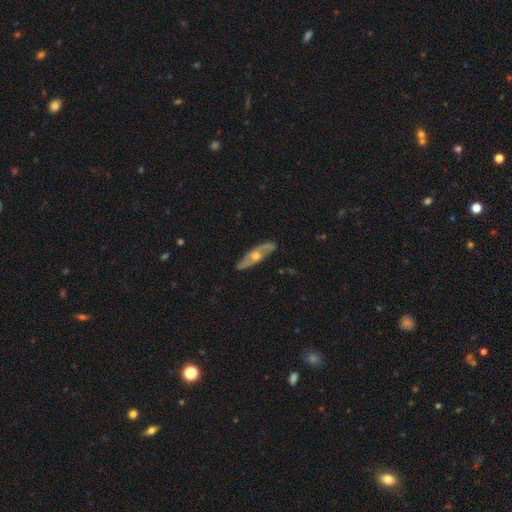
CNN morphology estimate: type=featured or disk (67%); edge-on=no (55%); merging=none (85%).